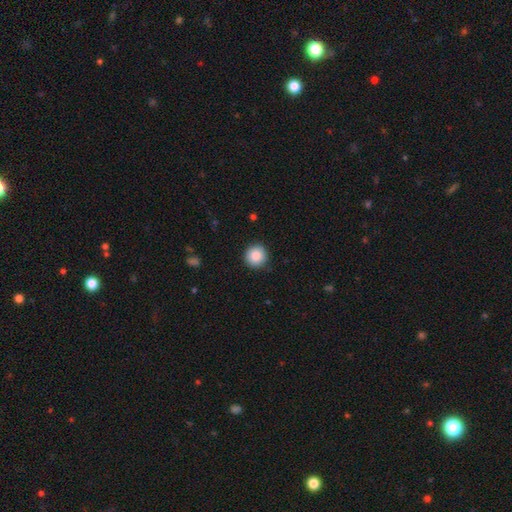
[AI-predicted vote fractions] Smooth or featured?
  - smooth: 87% *
  - star or artifact: 8%
  - featured or disk: 5%
How rounded?
  - round: 95% *
  - in between: 4%
  - cigar-shaped: 1%
Merging?
  - none: 90% *
  - minor disturbance: 7%
  - major disturbance: 2%
  - merger: 1%